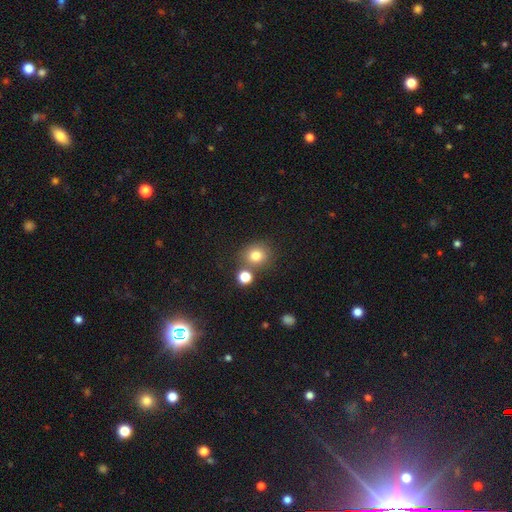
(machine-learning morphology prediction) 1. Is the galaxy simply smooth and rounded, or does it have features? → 78% smooth, 14% star or artifact, 8% featured or disk.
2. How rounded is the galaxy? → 83% round, 16% in between, 1% cigar-shaped.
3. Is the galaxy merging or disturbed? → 69% none, 17% merger, 10% minor disturbance, 4% major disturbance.